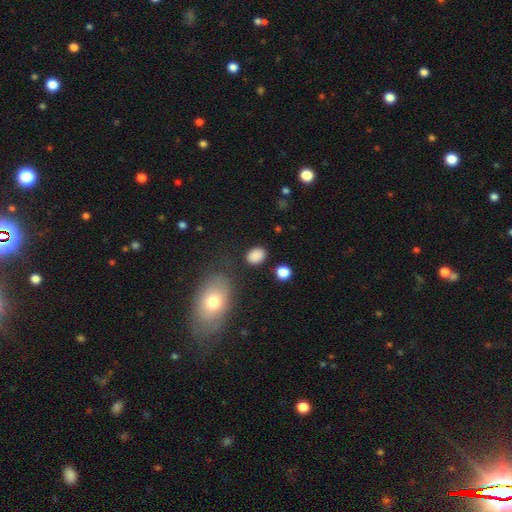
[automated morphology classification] The model was most divided on "how rounded": in between: 62%, round: 37%, cigar-shaped: 2%. More confident: smooth or featured — smooth (87%); merging — none (81%).